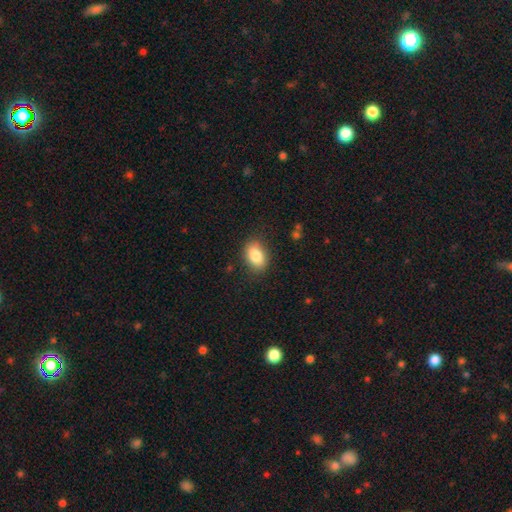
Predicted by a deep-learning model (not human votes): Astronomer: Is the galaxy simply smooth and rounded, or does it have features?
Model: smooth — 83%.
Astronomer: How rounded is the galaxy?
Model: in between — 81%.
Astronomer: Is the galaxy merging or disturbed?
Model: none — 84%.